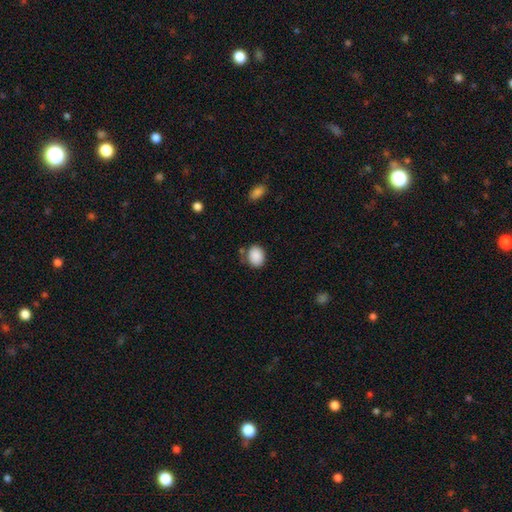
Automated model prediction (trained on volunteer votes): Overall: smooth (89%). How rounded: in between (57%; round 42%). Merging: none (73%).